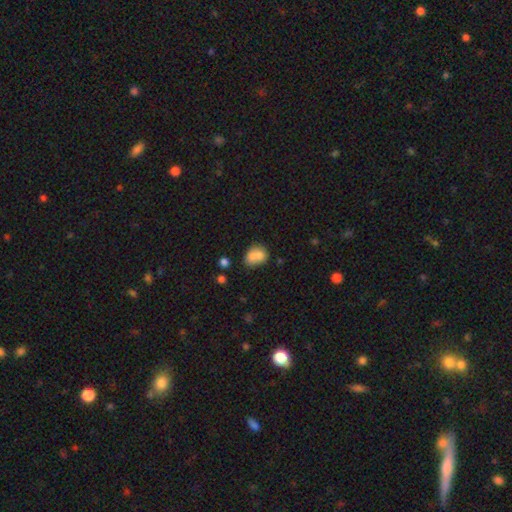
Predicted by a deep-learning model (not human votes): Morphology: type=smooth (73%); roundness=in between (59%); merging=merger (50%).